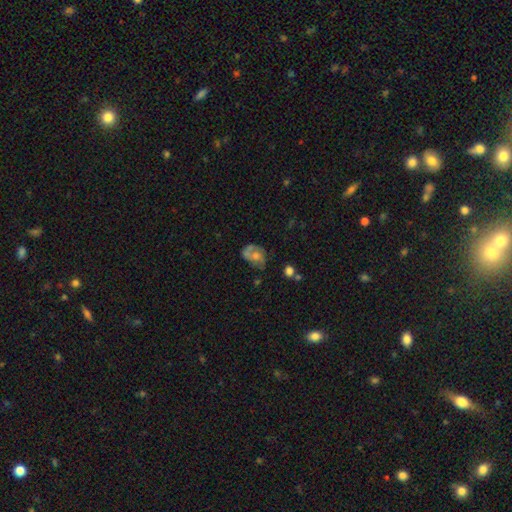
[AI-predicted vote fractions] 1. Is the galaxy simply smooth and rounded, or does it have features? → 61% featured or disk, 30% smooth, 9% star or artifact.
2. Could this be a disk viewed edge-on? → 97% no, 3% yes.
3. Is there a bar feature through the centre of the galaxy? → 71% no, 25% weak, 4% strong.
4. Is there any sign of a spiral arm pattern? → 78% yes, 22% no.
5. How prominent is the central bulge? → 49% moderate, 33% small, 10% none, 6% large, 1% dominant.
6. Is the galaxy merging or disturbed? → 47% none, 26% minor disturbance, 21% major disturbance, 6% merger.